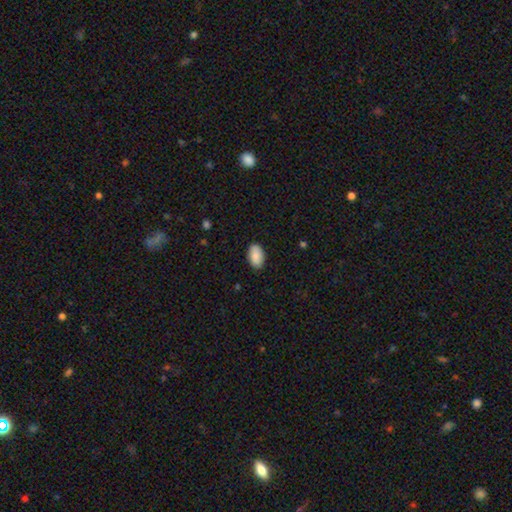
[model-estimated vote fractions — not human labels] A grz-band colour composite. It shows a smooth galaxy with no disk features (87%) that is in between round and cigar-shaped (94%). Merging: none (87%).